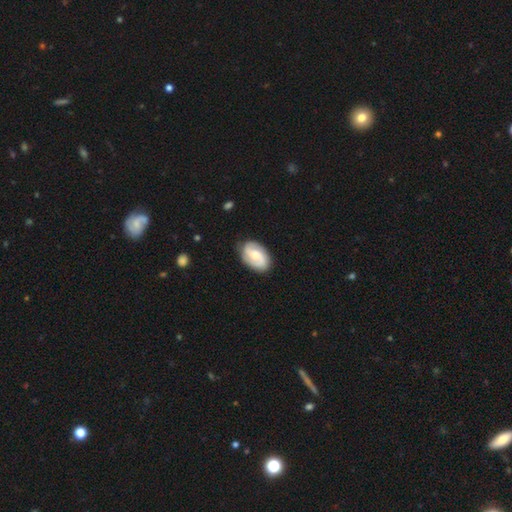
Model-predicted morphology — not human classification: featured or disk 63%, smooth 31%, star or artifact 6%. Down the decision tree: edge-on disk — no (97%); bar — no (49%); spiral arms — yes (90%); spiral arm count — 2 (80%); spiral winding — medium (43%); bulge size — moderate (59%); merging — none (82%).